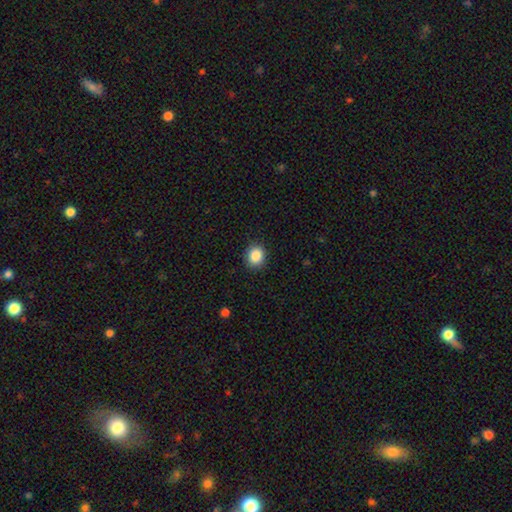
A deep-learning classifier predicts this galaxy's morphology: Overall: smooth (87%). How rounded: round (72%). Merging: none (89%).